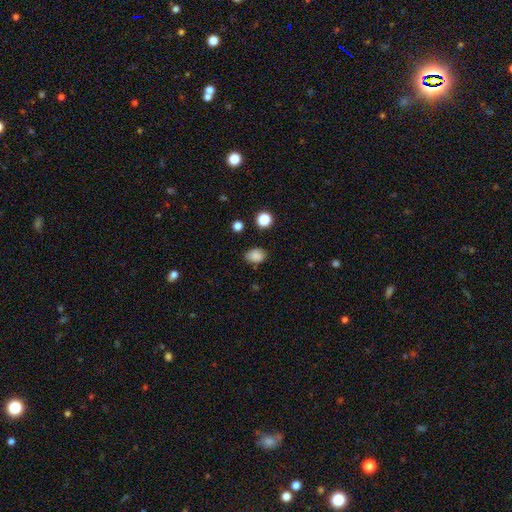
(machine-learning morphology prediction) A smooth galaxy with no disk features (85%) that is in between round and cigar-shaped (69%).

Vote fractions:
- Smooth or featured? smooth: 85% / star or artifact: 11% / featured or disk: 4%
- How rounded? in between: 69% / round: 30% / cigar-shaped: 1%
- Merging? none: 79% / minor disturbance: 15% / major disturbance: 3% / merger: 2%